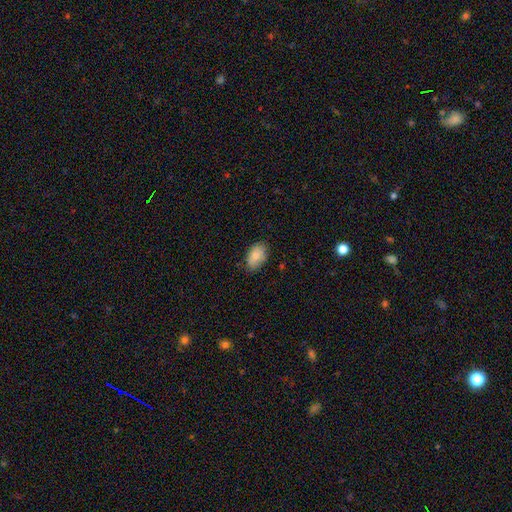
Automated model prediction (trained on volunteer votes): Morphology: type=smooth (85%); roundness=in between (91%); merging=none (79%).